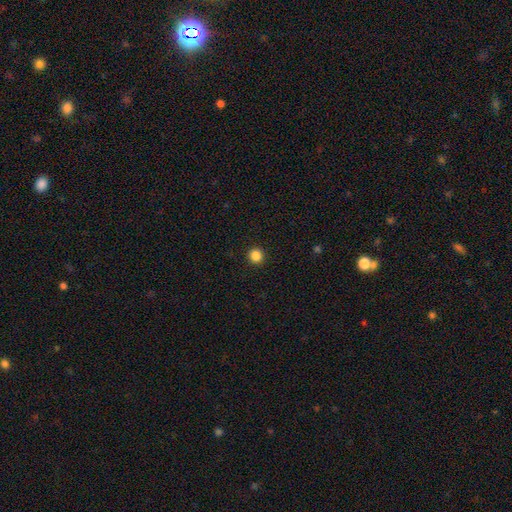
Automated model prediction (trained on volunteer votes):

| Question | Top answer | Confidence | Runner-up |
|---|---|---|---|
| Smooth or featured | smooth | 86% | star or artifact (11%) |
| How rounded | round | 95% | in between (4%) |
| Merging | none | 93% | minor disturbance (4%) |